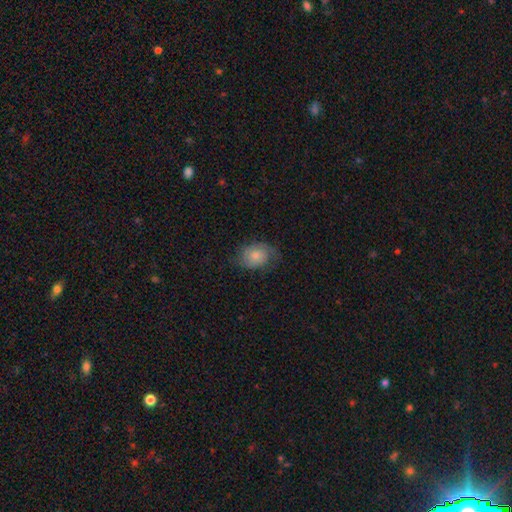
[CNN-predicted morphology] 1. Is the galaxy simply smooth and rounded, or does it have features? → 64% smooth, 29% featured or disk, 8% star or artifact.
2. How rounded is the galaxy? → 63% in between, 36% round, 1% cigar-shaped.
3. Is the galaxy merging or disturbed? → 60% none, 26% minor disturbance, 12% major disturbance, 1% merger.